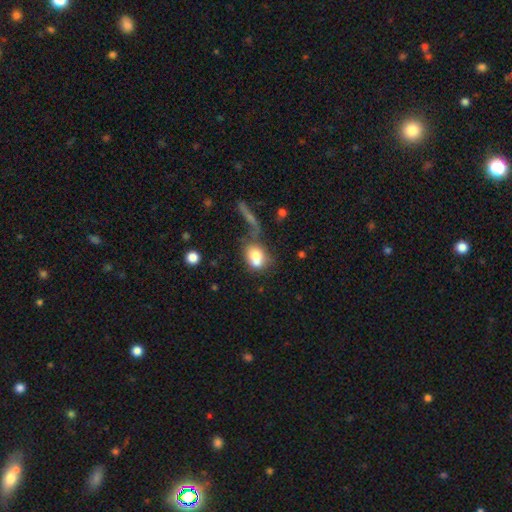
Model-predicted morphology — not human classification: This appears to be a smooth galaxy with no disk features (69%) that is in between round and cigar-shaped (60%). Merging: merger (49%).